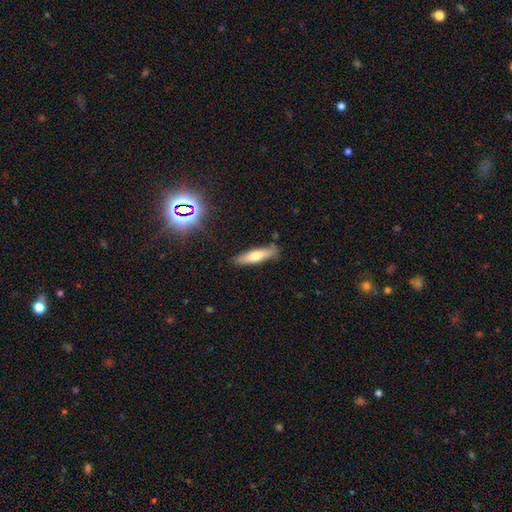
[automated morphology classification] A smooth galaxy with no disk features (58%) that is cigar-shaped (75%).

Vote fractions:
- Smooth or featured? smooth: 58% / featured or disk: 35% / star or artifact: 8%
- How rounded? cigar-shaped: 75% / in between: 23% / round: 2%
- Merging? none: 83% / minor disturbance: 12% / merger: 2% / major disturbance: 2%